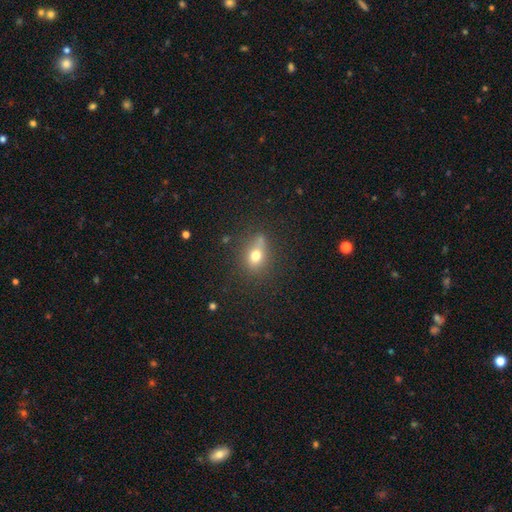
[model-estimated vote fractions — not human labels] Smooth or featured: smooth — 72% (star or artifact — 15%)
How rounded: in between — 52% (round — 44%)
Merging: none — 63% (minor disturbance — 21%)